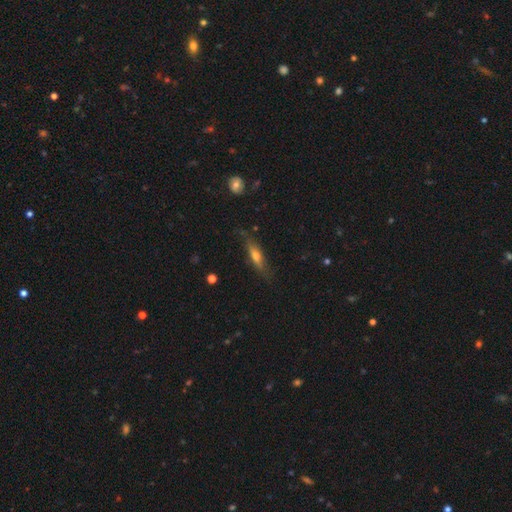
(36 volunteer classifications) Overall: featured or disk (53%; smooth 47%). Edge-on disk: yes (89%). Edge-on bulge: rounded (94%). Merging: none (83%).